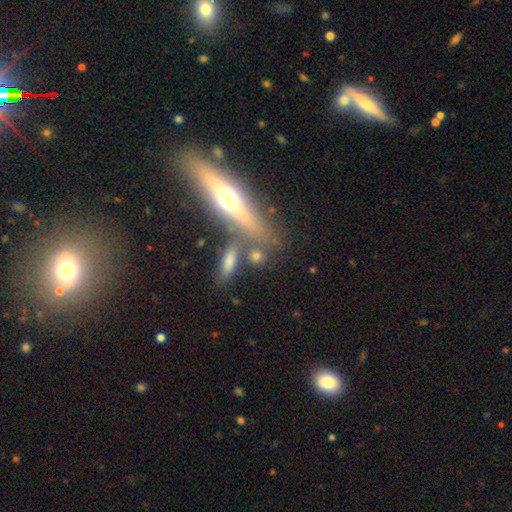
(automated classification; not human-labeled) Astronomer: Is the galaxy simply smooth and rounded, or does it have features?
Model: smooth — 66%.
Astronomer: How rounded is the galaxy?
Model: round — 35%, tied with in between at 35%.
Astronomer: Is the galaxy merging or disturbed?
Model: none — 61%.